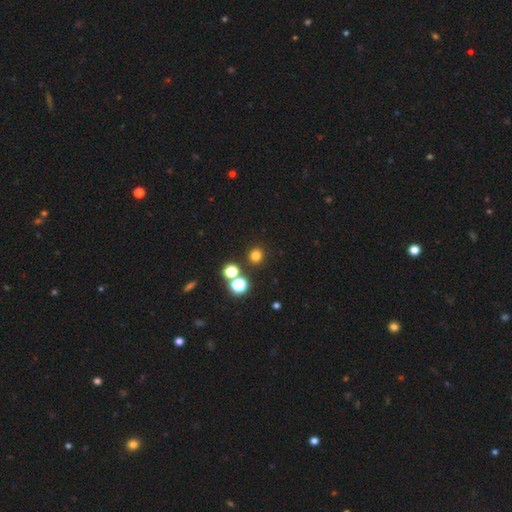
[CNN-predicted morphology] Smooth or featured? smooth (75%)
How rounded? round (92%)
Merging? none (85%)